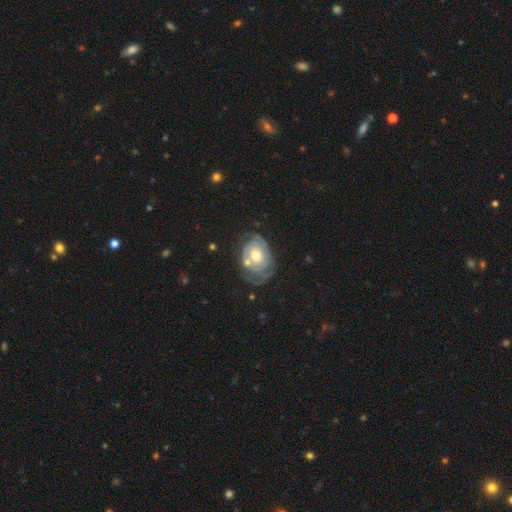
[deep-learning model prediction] Smooth or featured: featured or disk — 76% (smooth — 18%)
Edge-on disk: no — 97% (yes — 3%)
Bar: no — 81% (weak — 15%)
Spiral arms: yes — 83% (no — 17%)
Spiral winding: tight — 66% (medium — 24%)
Spiral arm count: can't tell — 39% (2 — 33%)
Bulge size: moderate — 71% (small — 15%)
Merging: none — 46% (minor disturbance — 24%)